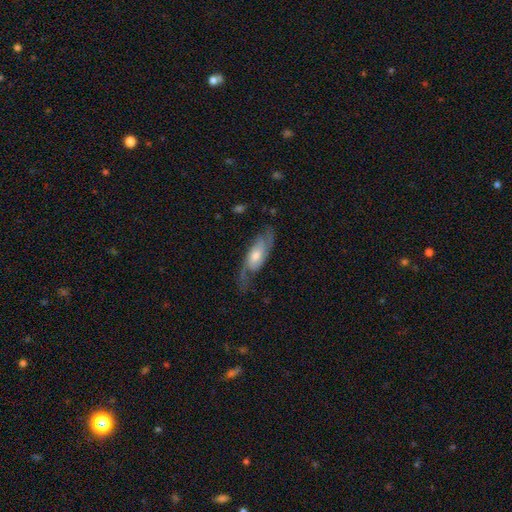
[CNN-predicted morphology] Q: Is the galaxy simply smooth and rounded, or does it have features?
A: featured or disk — 75%.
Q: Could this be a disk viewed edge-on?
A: no — 86%.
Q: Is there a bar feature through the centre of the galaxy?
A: no — 64%.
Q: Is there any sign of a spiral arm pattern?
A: yes — 92%.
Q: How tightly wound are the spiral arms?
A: medium — 45%.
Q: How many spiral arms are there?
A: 2 — 79%.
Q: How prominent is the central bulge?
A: moderate — 59%.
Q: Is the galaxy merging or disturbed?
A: none — 65%.